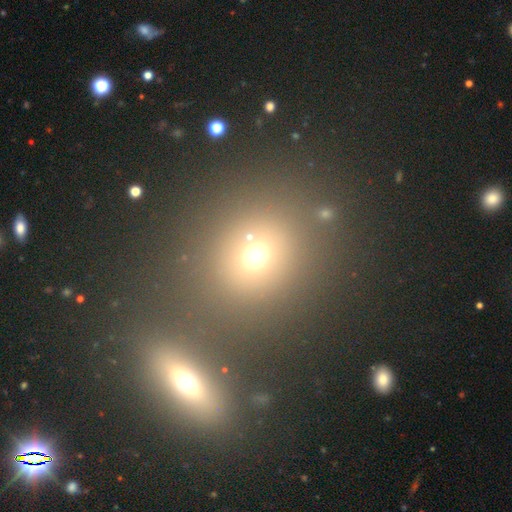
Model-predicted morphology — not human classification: smooth_or_featured: smooth (p=0.62) [alt: star or artifact p=0.25]
how_rounded: round (p=0.76) [alt: in between p=0.22]
merging: none (p=0.65) [alt: merger p=0.22]